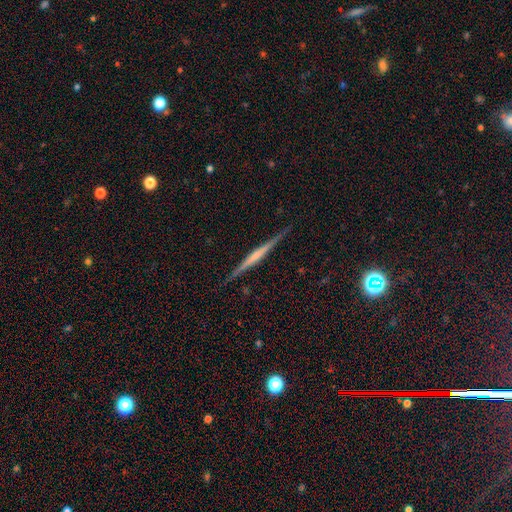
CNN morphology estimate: type=featured or disk (72%); edge-on=yes (98%); edge-on bulge=none (49%); merging=none (90%).